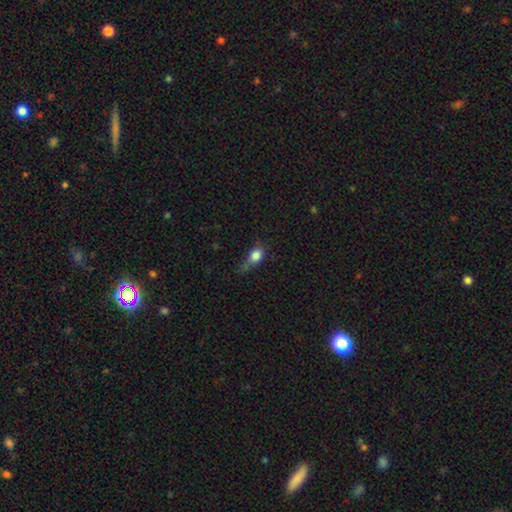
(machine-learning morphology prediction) This appears to be a smooth galaxy with no disk features (81%) that is in between round and cigar-shaped (60%). Merging: minor disturbance (36%).